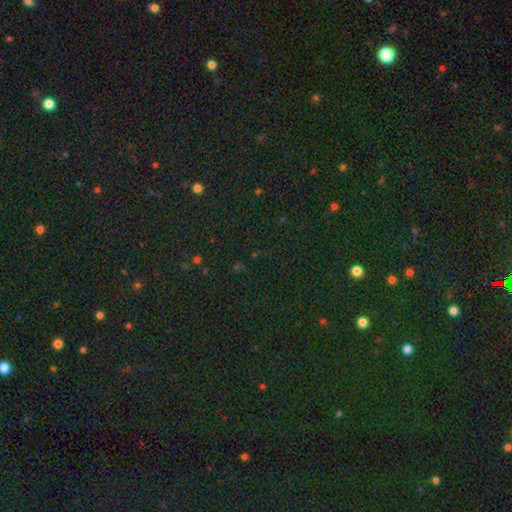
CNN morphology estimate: A star or artifact, not a galaxy (79%).

Vote fractions:
- Smooth or featured? star or artifact: 79% / smooth: 14% / featured or disk: 7%